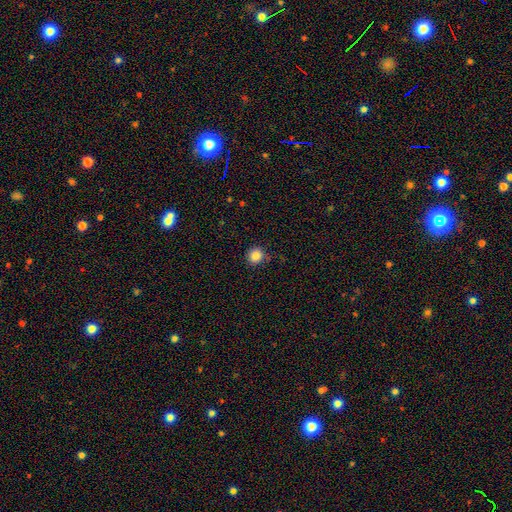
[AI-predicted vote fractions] A smooth galaxy with no disk features (85%) that is round (93%). Merging: none (86%).